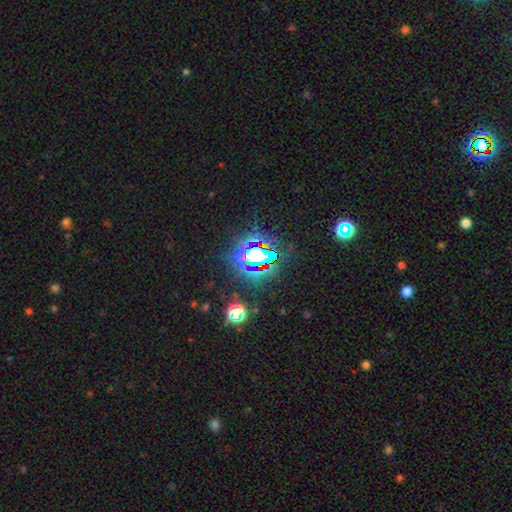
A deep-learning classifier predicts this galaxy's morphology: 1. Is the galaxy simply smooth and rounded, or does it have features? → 81% star or artifact, 11% smooth, 7% featured or disk.